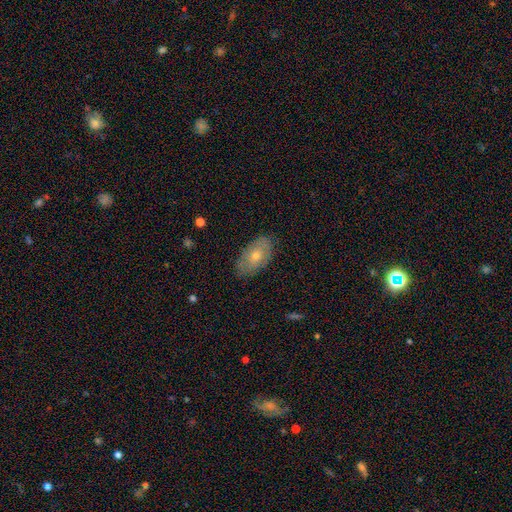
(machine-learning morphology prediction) Smooth or featured? smooth (52%)
How rounded? in between (91%)
Merging? none (82%)